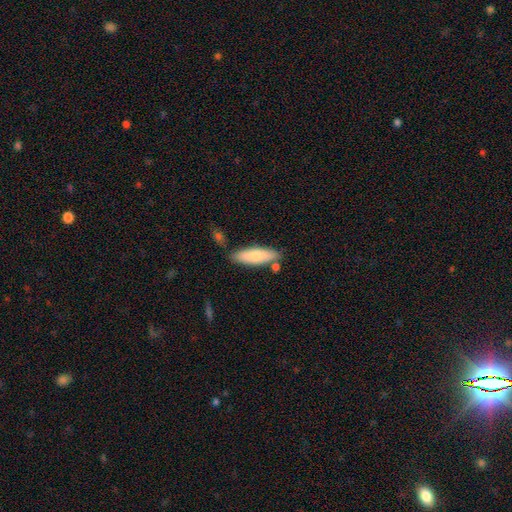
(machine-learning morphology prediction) A smooth galaxy with no disk features (76%) that is cigar-shaped (57%). Merging: none (77%).